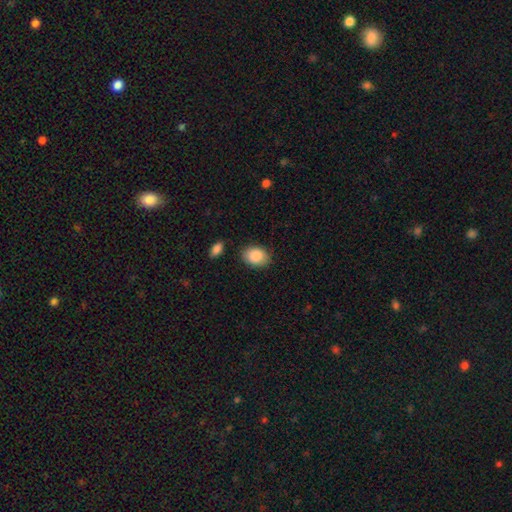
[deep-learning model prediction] Q: Smooth or featured?
A: smooth (88%); runner-up: star or artifact (7%)
Q: How rounded?
A: in between (73%); runner-up: round (26%)
Q: Merging?
A: none (83%); runner-up: minor disturbance (12%)